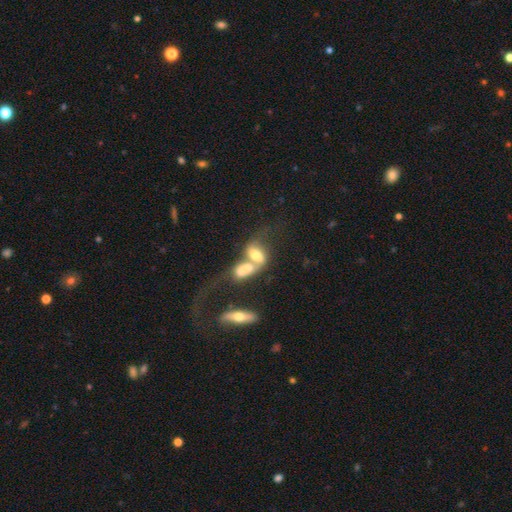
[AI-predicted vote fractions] A smooth galaxy with no disk features (56%) that is in between round and cigar-shaped (82%).

Vote fractions:
- Smooth or featured? smooth: 56% / featured or disk: 35% / star or artifact: 10%
- How rounded? in between: 82% / cigar-shaped: 9% / round: 8%
- Merging? merger: 72% / none: 12% / major disturbance: 10% / minor disturbance: 6%